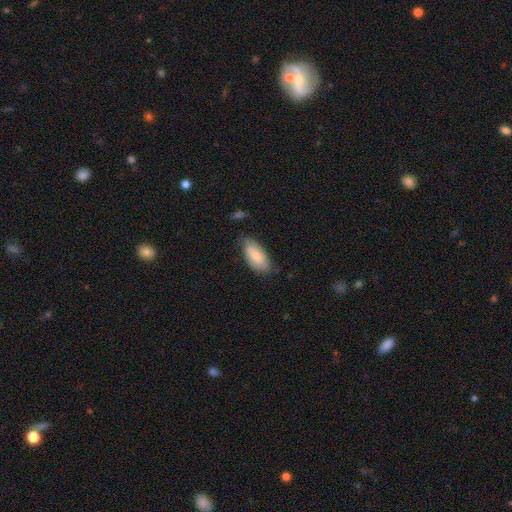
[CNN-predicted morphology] smooth-or-featured: smooth: 72% | featured or disk: 22% | star or artifact: 6%
  how-rounded: in between: 90% | cigar-shaped: 8% | round: 2%
  merging: none: 69% | minor disturbance: 25% | major disturbance: 5% | merger: 2%